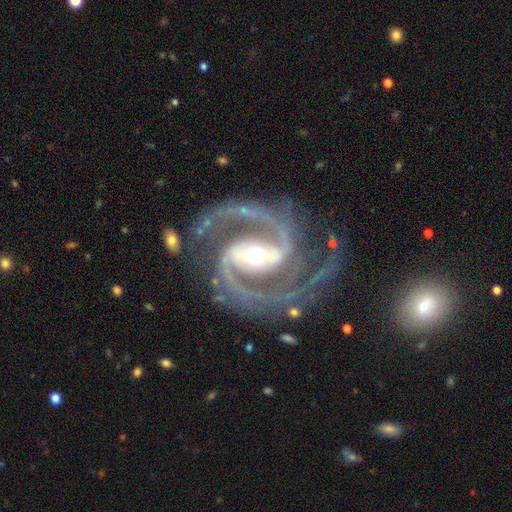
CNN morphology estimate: featured or disk 94%, star or artifact 4%, smooth 2%. Down the decision tree: edge-on disk — no (98%); bar — strong (68%); spiral arms — yes (99%); spiral arm count — 2 (91%); spiral winding — medium (65%); bulge size — moderate (63%); merging — none (75%).